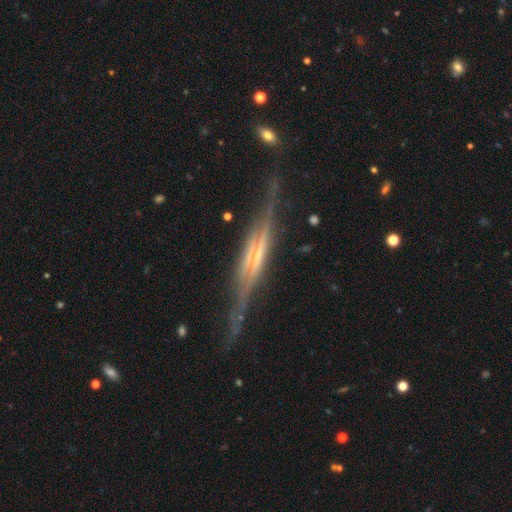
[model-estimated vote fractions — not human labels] A featured or disk galaxy (87%) viewed edge-on (96%) with a rounded central bulge (48%).

Vote fractions:
- Smooth or featured? featured or disk: 87% / smooth: 7% / star or artifact: 6%
- Edge-on disk? yes: 96% / no: 4%
- Edge-on bulge? rounded: 48% / boxy: 33% / none: 20%
- Merging? none: 77% / minor disturbance: 16% / major disturbance: 5% / merger: 2%